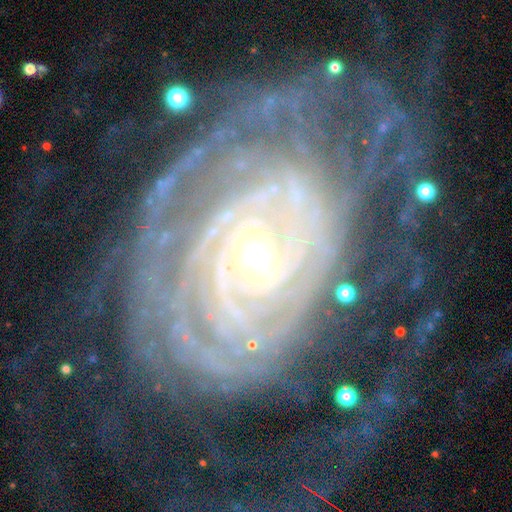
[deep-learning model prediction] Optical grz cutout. It shows a featured or disk galaxy (91%) with a weak bar (40%), tight (79%) spiral arms (97%) and a moderate central bulge (48%). Merging: none (67%).